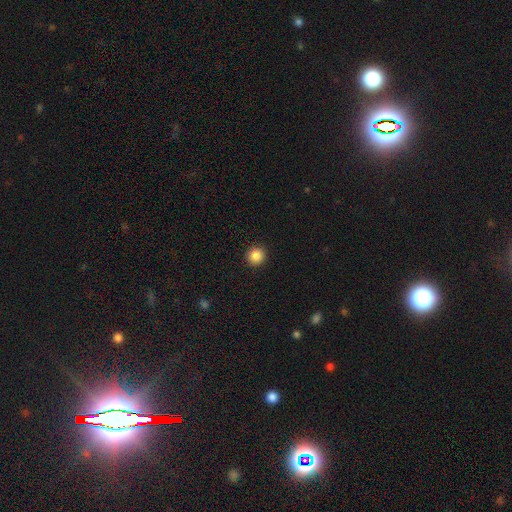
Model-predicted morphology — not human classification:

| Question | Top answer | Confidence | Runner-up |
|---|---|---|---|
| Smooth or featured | smooth | 86% | star or artifact (10%) |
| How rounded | round | 94% | in between (5%) |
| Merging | none | 93% | minor disturbance (4%) |